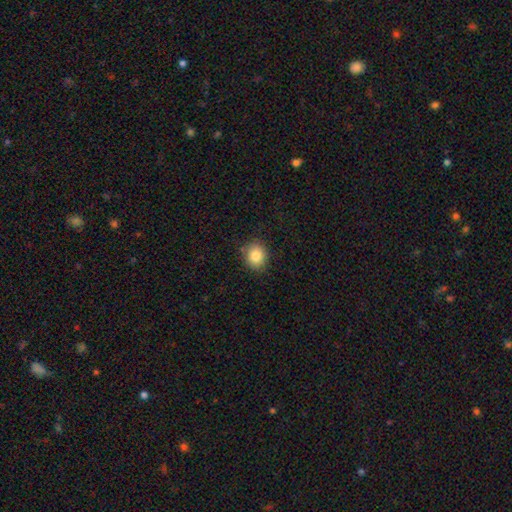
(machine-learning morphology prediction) Smooth or featured? Predicted: smooth (p=0.83). How rounded? Predicted: round (p=0.74). Merging? Predicted: none (p=0.86).